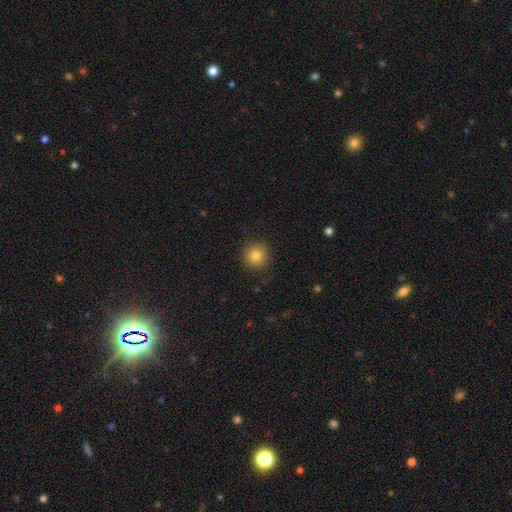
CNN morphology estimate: Smooth or featured?
  - smooth: 81% *
  - star or artifact: 11%
  - featured or disk: 7%
How rounded?
  - round: 93% *
  - in between: 6%
  - cigar-shaped: 1%
Merging?
  - none: 88% *
  - minor disturbance: 8%
  - major disturbance: 3%
  - merger: 1%